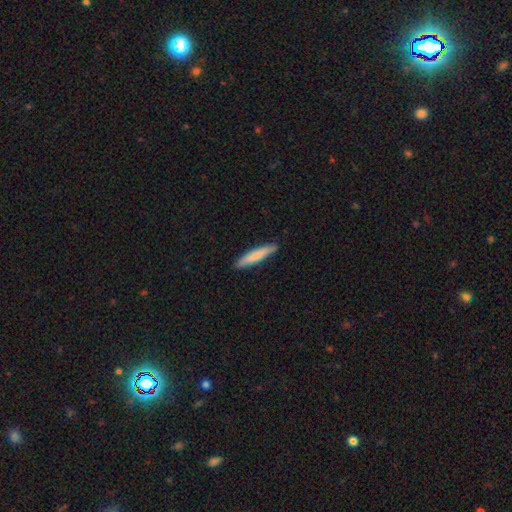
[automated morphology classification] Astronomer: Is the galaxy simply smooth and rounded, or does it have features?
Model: smooth — 78%.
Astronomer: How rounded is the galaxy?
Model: cigar-shaped — 91%.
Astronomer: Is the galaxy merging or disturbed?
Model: none — 90%.